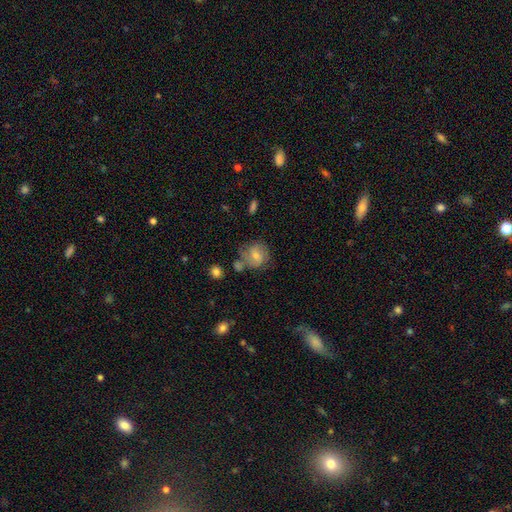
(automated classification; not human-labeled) Smooth or featured?
  - smooth: 54% *
  - featured or disk: 37%
  - star or artifact: 8%
How rounded?
  - round: 75% *
  - in between: 24%
  - cigar-shaped: 1%
Merging?
  - none: 57% *
  - minor disturbance: 22%
  - merger: 12%
  - major disturbance: 10%